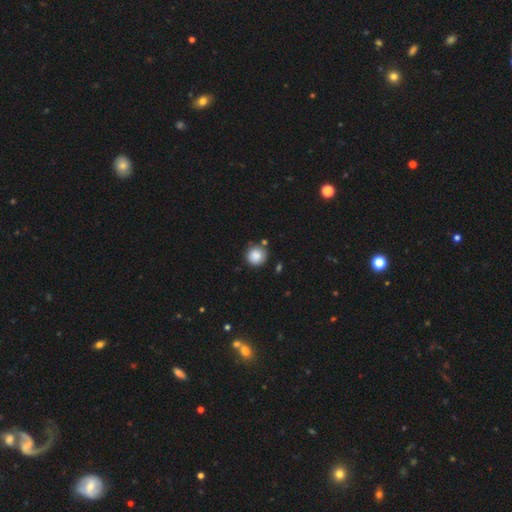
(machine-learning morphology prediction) This is clearly a smooth galaxy (87%). How rounded: clearly round (93%). Merging: clearly none (81%).